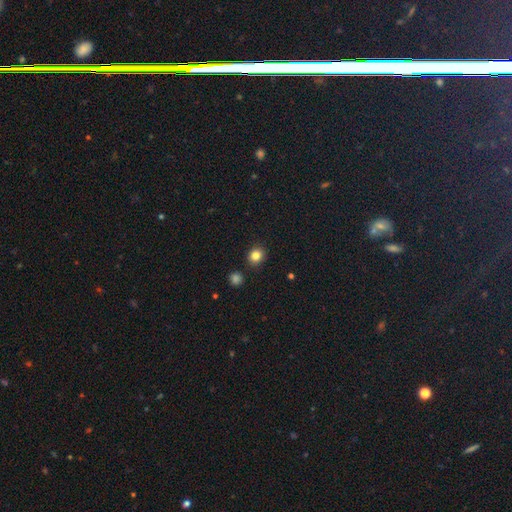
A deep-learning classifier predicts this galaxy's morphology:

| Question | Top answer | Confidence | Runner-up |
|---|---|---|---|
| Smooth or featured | smooth | 83% | star or artifact (12%) |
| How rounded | round | 77% | in between (22%) |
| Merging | none | 88% | minor disturbance (7%) |